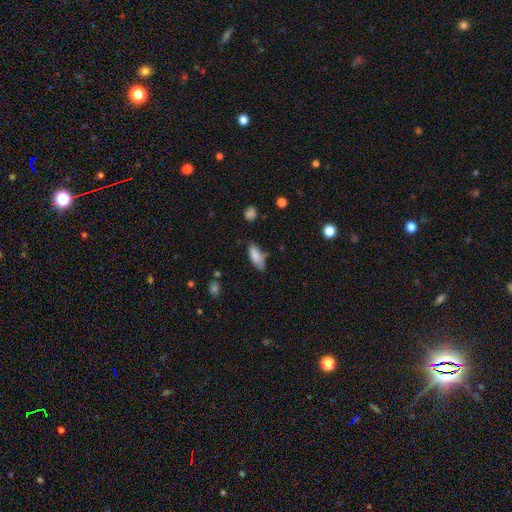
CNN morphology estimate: Smooth or featured? Predicted: smooth (p=0.84). How rounded? Predicted: in between (p=0.81). Merging? Predicted: none (p=0.62).